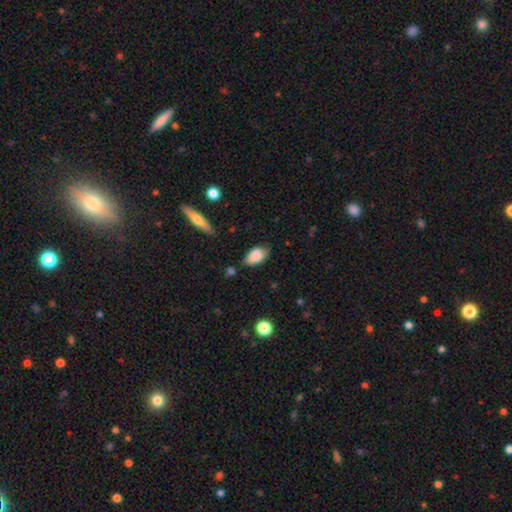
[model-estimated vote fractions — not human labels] A smooth galaxy with no disk features (78%) that is in between round and cigar-shaped (91%).

Vote fractions:
- Smooth or featured? smooth: 78% / featured or disk: 14% / star or artifact: 8%
- How rounded? in between: 91% / round: 6% / cigar-shaped: 3%
- Merging? none: 59% / minor disturbance: 31% / major disturbance: 6% / merger: 3%